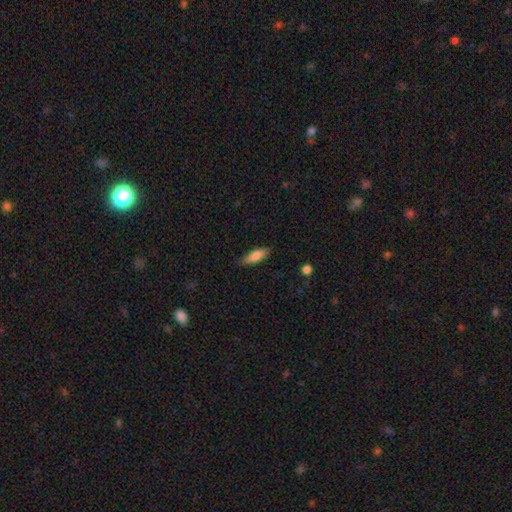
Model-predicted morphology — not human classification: This is likely a smooth galaxy (79%). How rounded: possibly in between (52%). Merging: clearly none (81%).